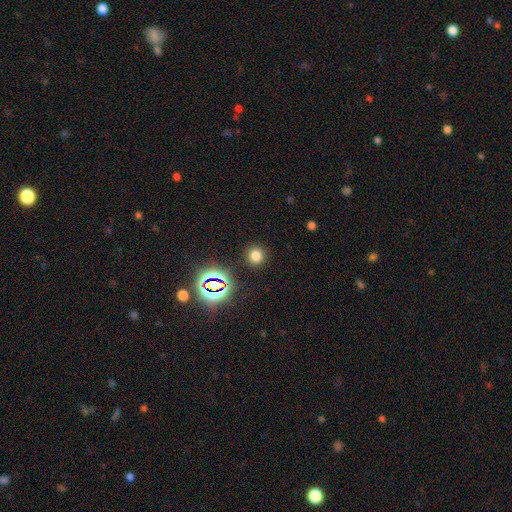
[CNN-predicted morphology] This is likely a smooth galaxy (72%). How rounded: clearly round (87%). Merging: clearly none (88%).